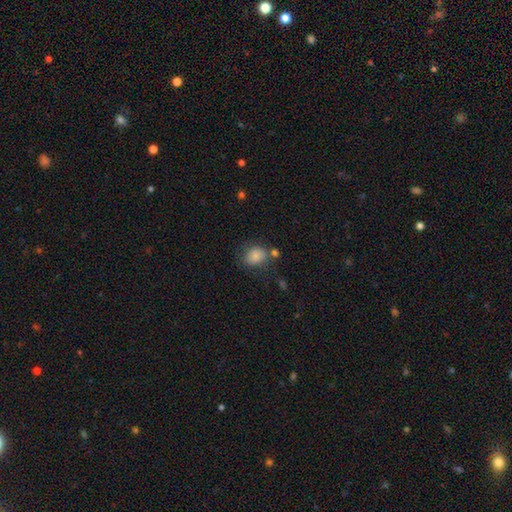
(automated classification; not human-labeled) Smooth or featured? smooth (84%)
How rounded? round (50%)
Merging? none (65%)